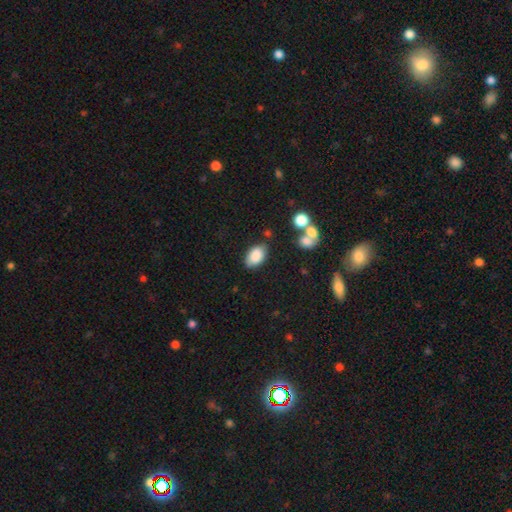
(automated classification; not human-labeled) Overall: smooth (86%). How rounded: in between (93%). Merging: none (77%).